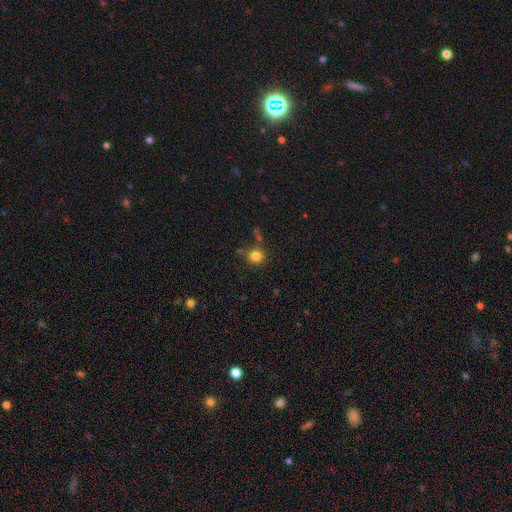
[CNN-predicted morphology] This appears to be a smooth galaxy with no disk features (82%) that is round (89%). Merging: none (77%).